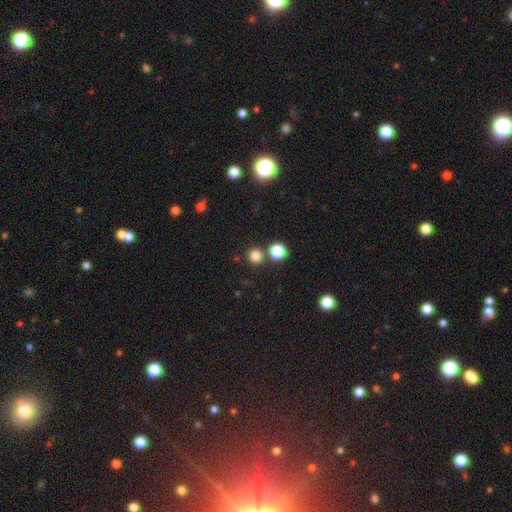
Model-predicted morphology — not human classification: Overall: smooth (79%). How rounded: round (93%). Merging: none (78%).